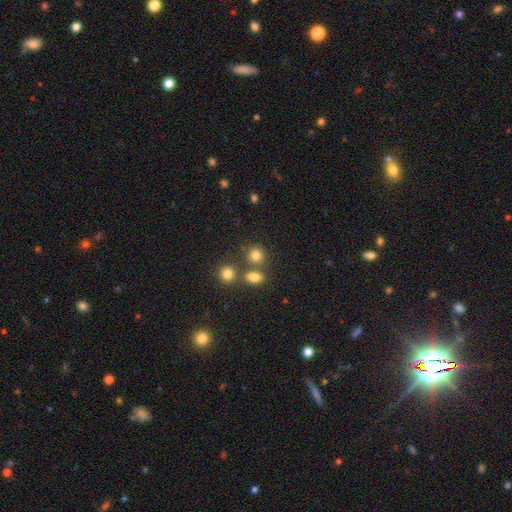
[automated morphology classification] Overall: smooth (80%). How rounded: round (80%). Merging: none (68%).